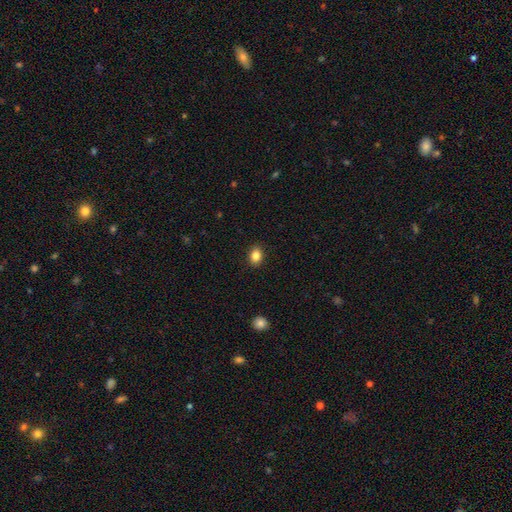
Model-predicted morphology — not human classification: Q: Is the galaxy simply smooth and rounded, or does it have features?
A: smooth — 86%.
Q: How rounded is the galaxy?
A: in between — 64%.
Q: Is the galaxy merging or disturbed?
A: none — 90%.